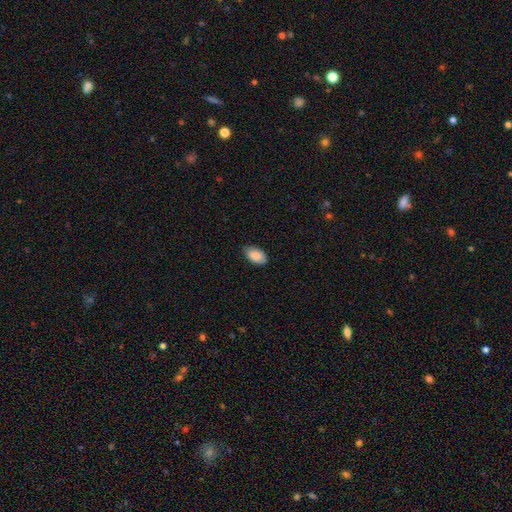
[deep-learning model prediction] This appears to be a smooth galaxy with no disk features (86%) that is in between round and cigar-shaped (94%). Merging: none (85%).